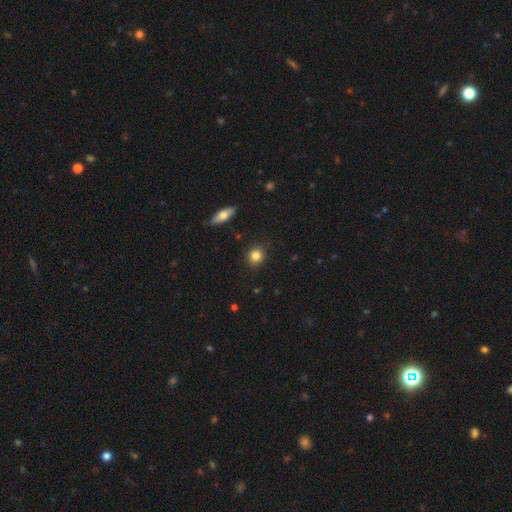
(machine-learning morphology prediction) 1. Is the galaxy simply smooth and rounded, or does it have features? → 84% smooth, 9% star or artifact, 7% featured or disk.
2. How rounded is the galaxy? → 82% round, 16% in between, 2% cigar-shaped.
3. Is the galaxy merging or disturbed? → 88% none, 8% minor disturbance, 2% major disturbance, 2% merger.